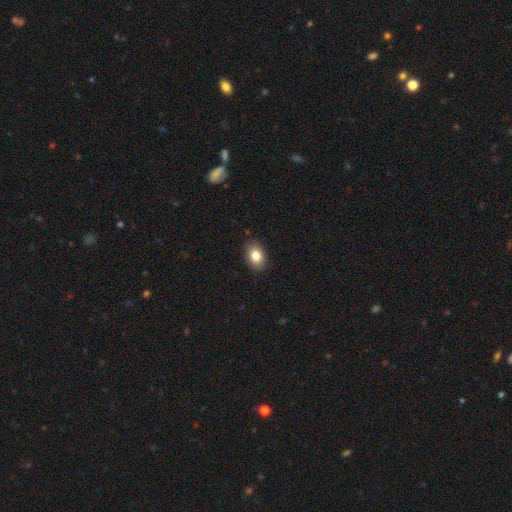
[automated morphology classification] type=smooth (83%); roundness=in between (79%); merging=none (87%).